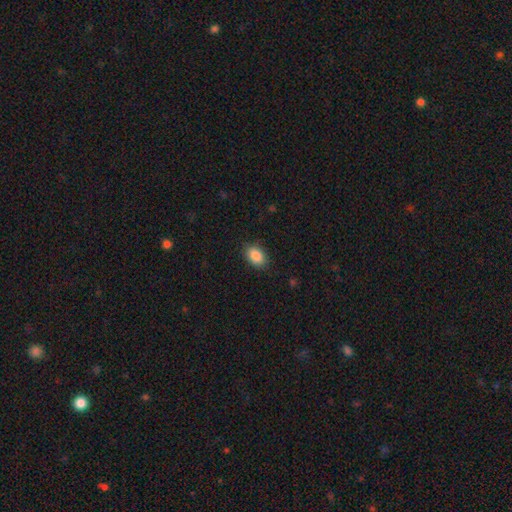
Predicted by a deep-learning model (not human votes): A smooth galaxy with no disk features (88%) that is in between round and cigar-shaped (87%).

Vote fractions:
- Smooth or featured? smooth: 88% / star or artifact: 8% / featured or disk: 4%
- How rounded? in between: 87% / round: 12% / cigar-shaped: 1%
- Merging? none: 86% / minor disturbance: 10% / major disturbance: 3% / merger: 1%